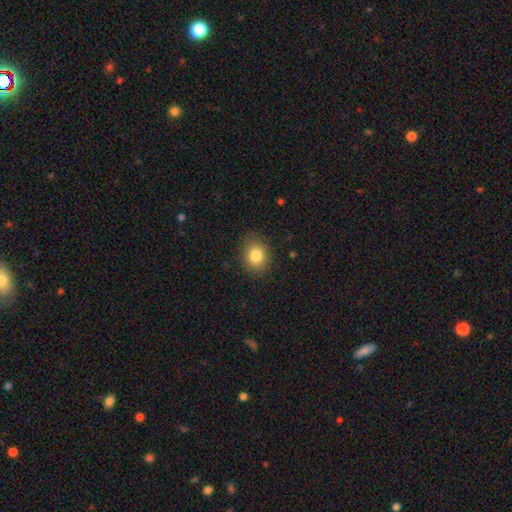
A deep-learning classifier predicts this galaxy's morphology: Q: Smooth or featured?
A: smooth (82%); runner-up: star or artifact (10%)
Q: How rounded?
A: round (55%); runner-up: in between (44%)
Q: Merging?
A: none (85%); runner-up: minor disturbance (11%)